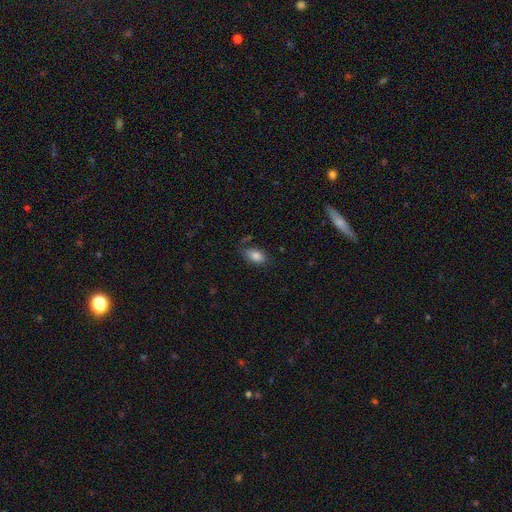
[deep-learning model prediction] Smooth or featured? Predicted: smooth (p=0.84). How rounded? Predicted: in between (p=0.91). Merging? Predicted: none (p=0.72).